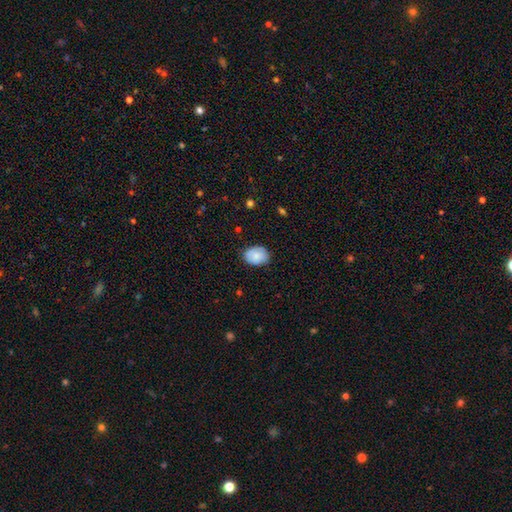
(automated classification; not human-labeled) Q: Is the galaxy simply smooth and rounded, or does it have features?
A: smooth — 78%.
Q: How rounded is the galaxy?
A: in between — 72%.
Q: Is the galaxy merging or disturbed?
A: none — 80%.